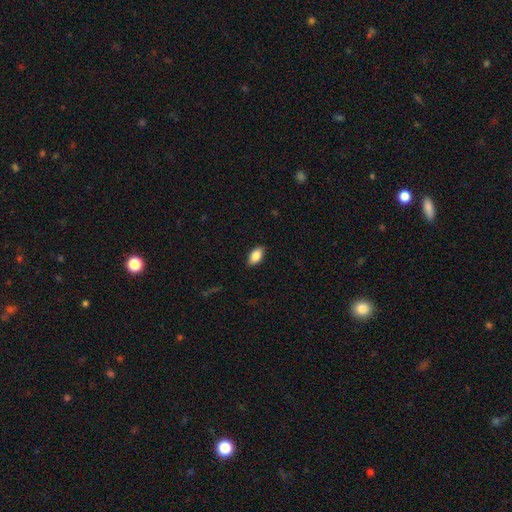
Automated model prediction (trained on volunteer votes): Smooth or featured: smooth — 87% (star or artifact — 7%)
How rounded: in between — 92% (round — 5%)
Merging: none — 88% (minor disturbance — 9%)